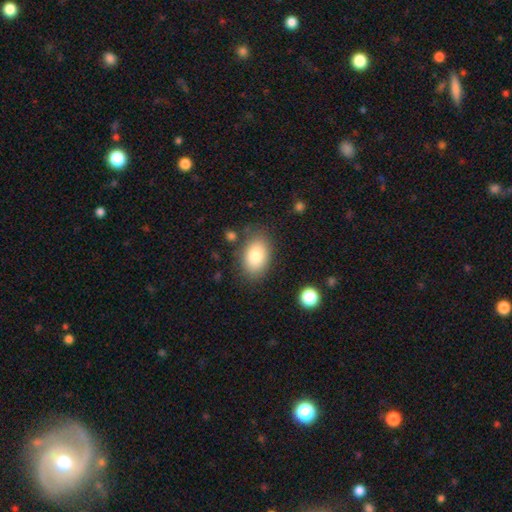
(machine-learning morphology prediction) This appears to be a smooth galaxy with no disk features (82%) that is in between round and cigar-shaped (86%). Merging: none (80%).